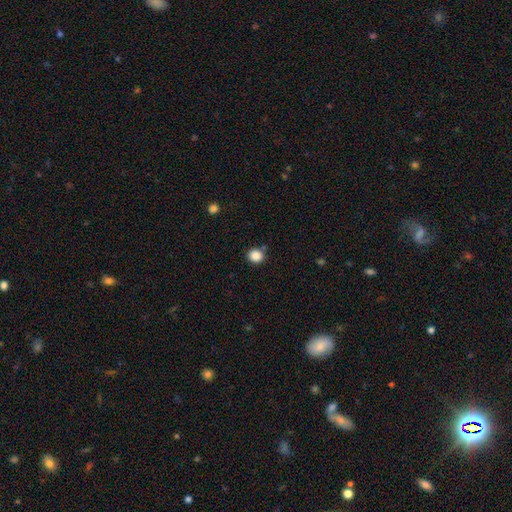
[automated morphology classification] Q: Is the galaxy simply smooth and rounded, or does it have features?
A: smooth — 86%.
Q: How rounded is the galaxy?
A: round — 84%.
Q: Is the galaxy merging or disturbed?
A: none — 84%.